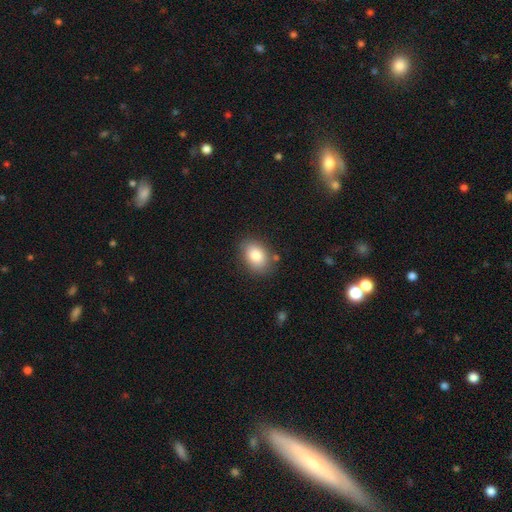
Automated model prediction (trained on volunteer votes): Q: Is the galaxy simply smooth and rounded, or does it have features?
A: smooth — 84%.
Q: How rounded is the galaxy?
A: in between — 78%.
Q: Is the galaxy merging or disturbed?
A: none — 81%.